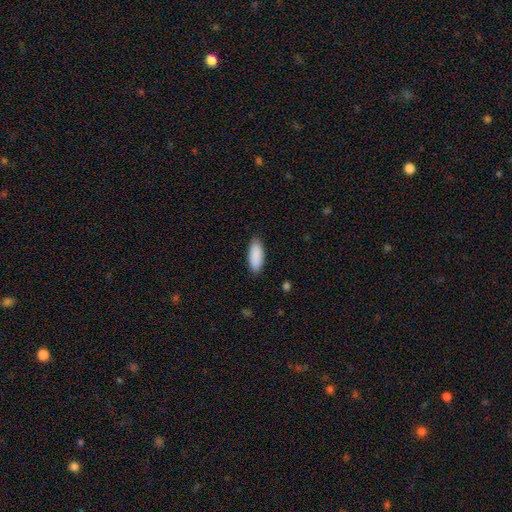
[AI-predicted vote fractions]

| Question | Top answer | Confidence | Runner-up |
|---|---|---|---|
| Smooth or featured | smooth | 90% | star or artifact (6%) |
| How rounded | in between | 79% | cigar-shaped (20%) |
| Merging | none | 87% | minor disturbance (10%) |